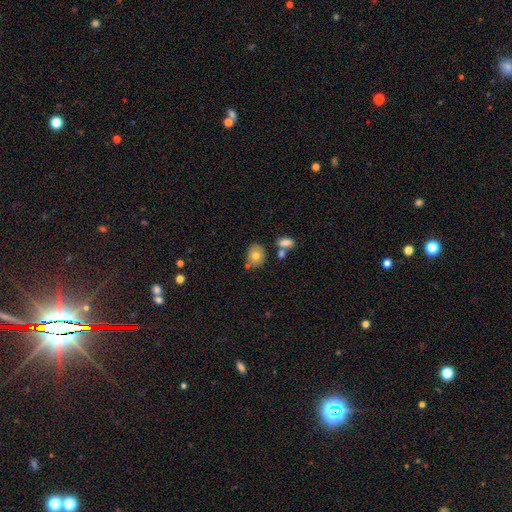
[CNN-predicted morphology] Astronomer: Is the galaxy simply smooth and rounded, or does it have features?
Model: smooth — 75%.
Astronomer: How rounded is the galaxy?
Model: round — 61% (runner-up: in between, 37%).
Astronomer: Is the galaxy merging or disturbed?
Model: none — 68%.